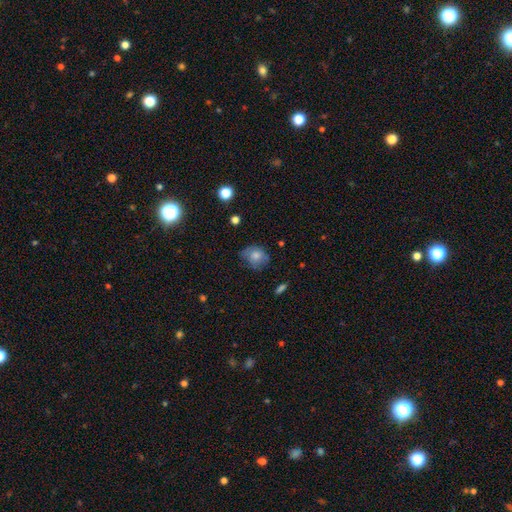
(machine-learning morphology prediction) Q: Smooth or featured?
A: smooth (71%); runner-up: featured or disk (20%)
Q: How rounded?
A: round (62%); runner-up: in between (37%)
Q: Merging?
A: none (62%); runner-up: minor disturbance (28%)